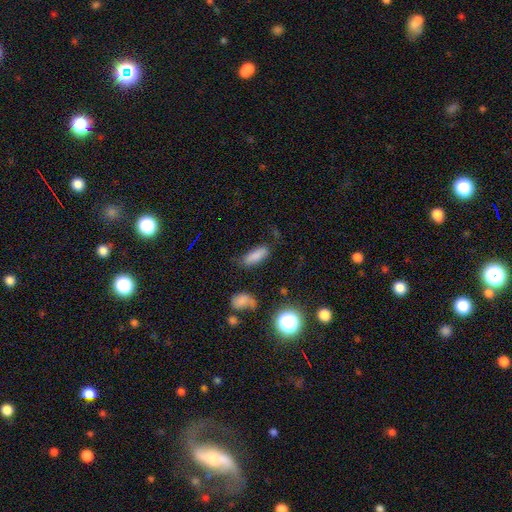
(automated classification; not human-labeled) A smooth galaxy with no disk features (82%) that is in between round and cigar-shaped (65%). Merging: none (71%).